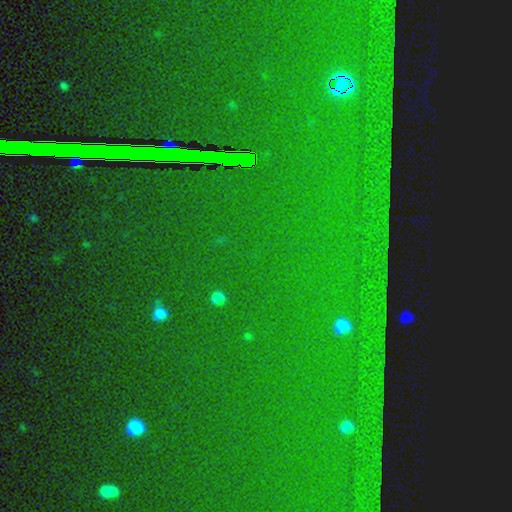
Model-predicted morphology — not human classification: The model was most divided on "smooth or featured": star or artifact: 82%, smooth: 10%, featured or disk: 8%.